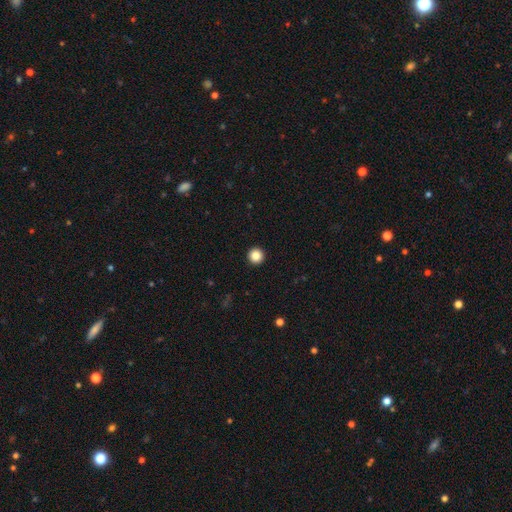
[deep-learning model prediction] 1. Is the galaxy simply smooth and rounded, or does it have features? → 87% smooth, 10% star or artifact, 3% featured or disk.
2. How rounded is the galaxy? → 97% round, 2% in between, 1% cigar-shaped.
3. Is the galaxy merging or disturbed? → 94% none, 3% minor disturbance, 1% major disturbance, 1% merger.